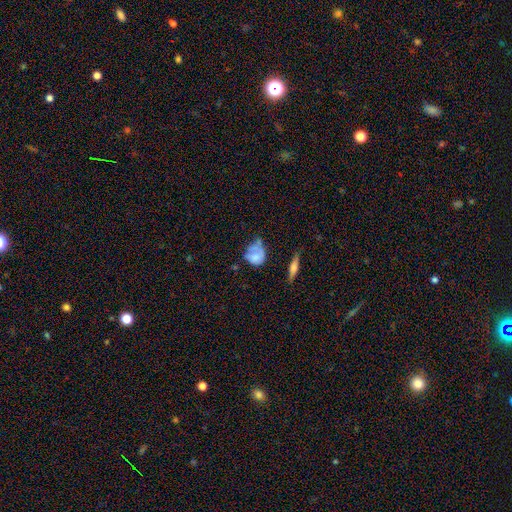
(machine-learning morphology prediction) Smooth or featured? Predicted: smooth (p=0.60). How rounded? Predicted: round (p=0.58). Merging? Predicted: none (p=0.35).